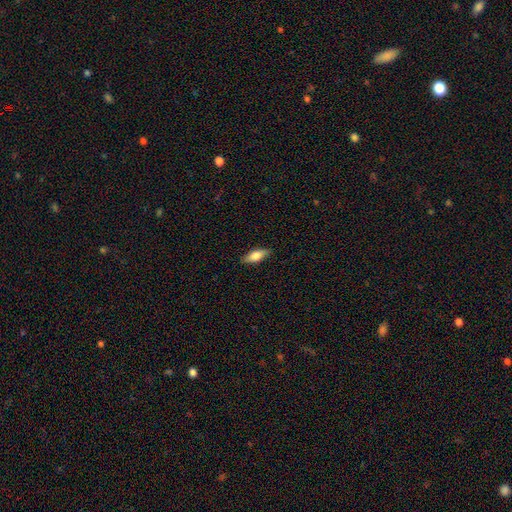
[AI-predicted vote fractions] This appears to be a smooth galaxy with no disk features (70%) that is in between round and cigar-shaped (69%). Merging: none (86%).